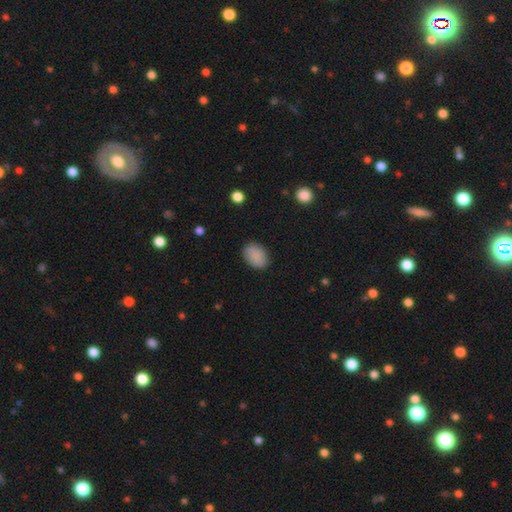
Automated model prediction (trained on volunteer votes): Overall: smooth (88%). How rounded: in between (76%). Merging: none (84%).